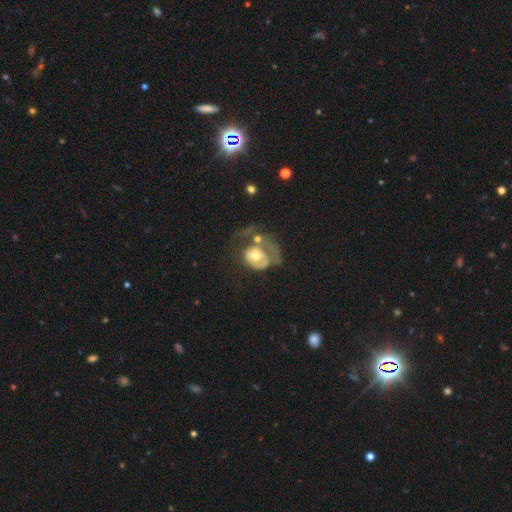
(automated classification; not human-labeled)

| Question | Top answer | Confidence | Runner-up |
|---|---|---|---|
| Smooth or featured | featured or disk | 60% | smooth (33%) |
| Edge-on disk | no | 97% | yes (3%) |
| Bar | no | 81% | weak (15%) |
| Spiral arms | no | 51% | yes (49%) |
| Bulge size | moderate | 68% | small (17%) |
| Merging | major disturbance | 49% | merger (19%) |